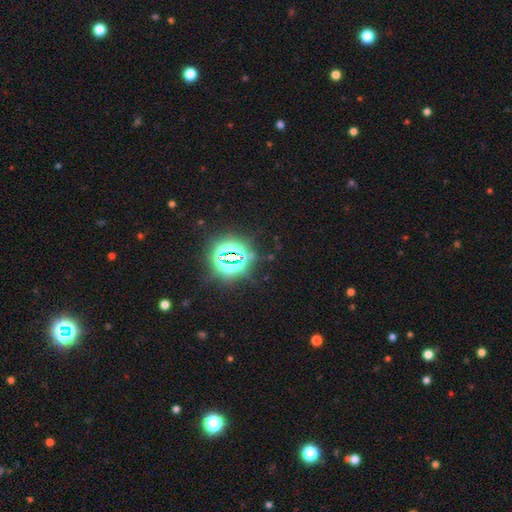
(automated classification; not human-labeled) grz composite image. It shows a star or artifact, not a galaxy (82%).